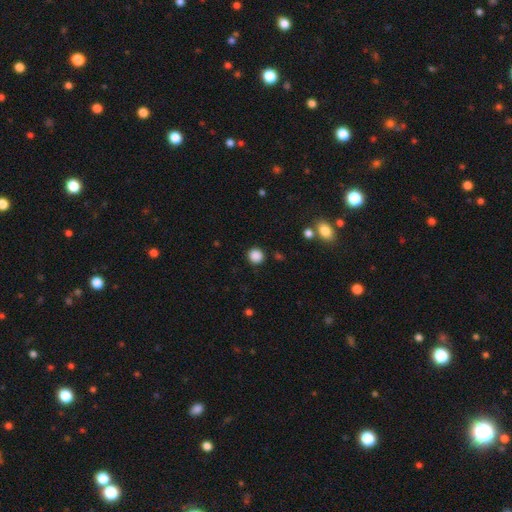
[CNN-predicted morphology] Smooth or featured? Predicted: smooth (p=0.87). How rounded? Predicted: round (p=0.92). Merging? Predicted: none (p=0.89).